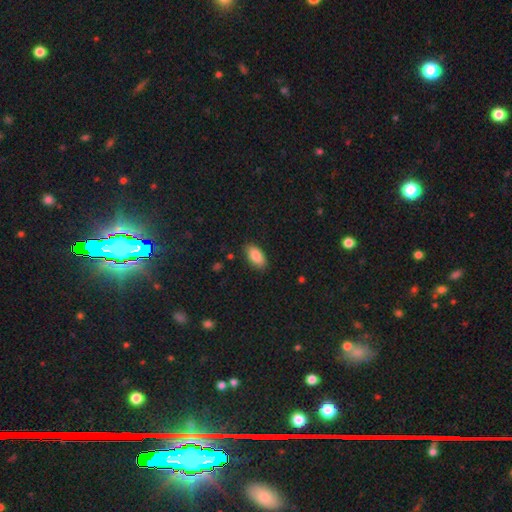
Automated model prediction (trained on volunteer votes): The model was most divided on "merging": none: 85%, minor disturbance: 12%, major disturbance: 3%, merger: 1%. More confident: how rounded — in between (92%); smooth or featured — smooth (87%).